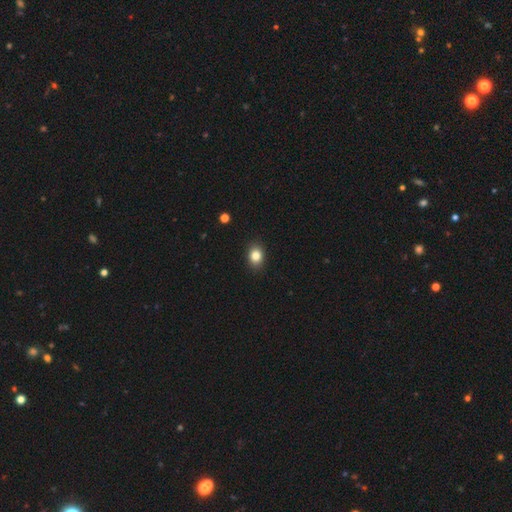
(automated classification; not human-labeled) Smooth or featured: smooth — 84% (star or artifact — 10%)
How rounded: in between — 56% (round — 43%)
Merging: none — 89% (minor disturbance — 8%)